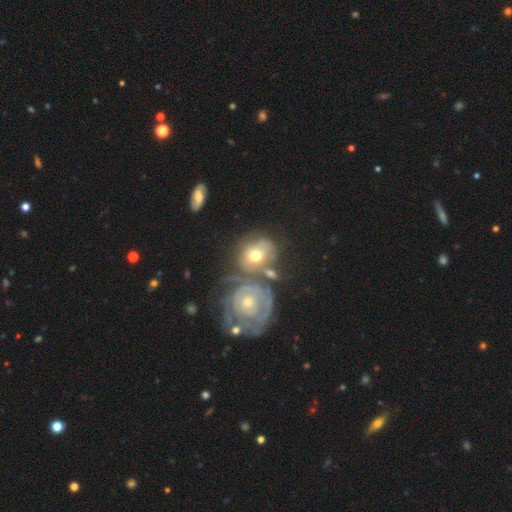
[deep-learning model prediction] This is possibly a featured or disk galaxy (51%). It is clearly not viewed edge-on (95%). Merging: marginally merger (40%).